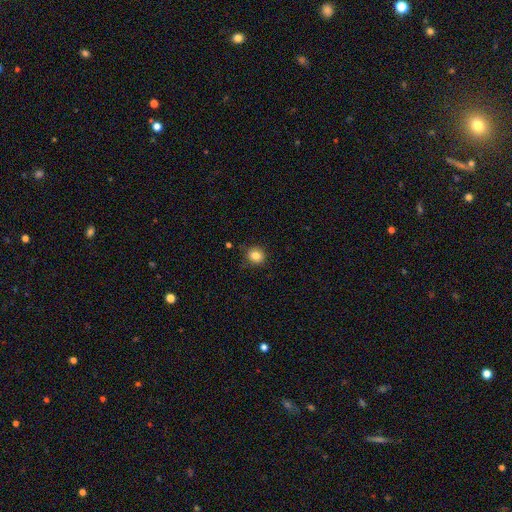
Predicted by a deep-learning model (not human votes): A smooth galaxy with no disk features (83%) that is round (86%).

Vote fractions:
- Smooth or featured? smooth: 83% / star or artifact: 11% / featured or disk: 6%
- How rounded? round: 86% / in between: 13% / cigar-shaped: 1%
- Merging? none: 83% / minor disturbance: 12% / major disturbance: 3% / merger: 1%